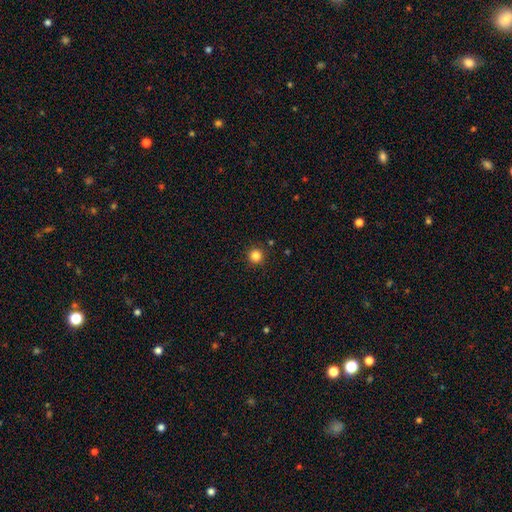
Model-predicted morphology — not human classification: smooth_or_featured: smooth (p=0.83) [alt: star or artifact p=0.12]
how_rounded: round (p=0.95) [alt: in between p=0.04]
merging: none (p=0.91) [alt: minor disturbance p=0.05]